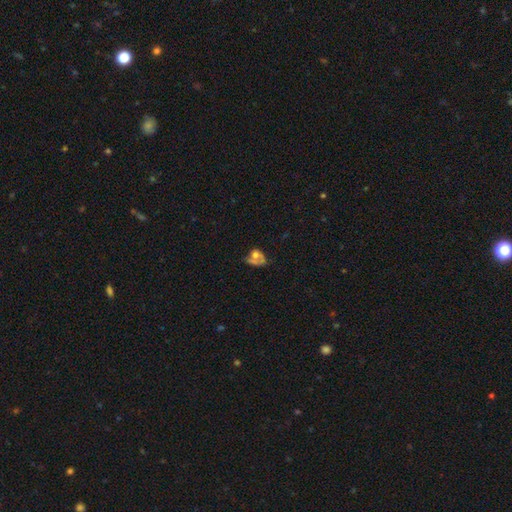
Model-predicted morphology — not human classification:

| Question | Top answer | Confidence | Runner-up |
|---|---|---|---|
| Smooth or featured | smooth | 48% | featured or disk (41%) |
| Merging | major disturbance | 33% | none (25%) |